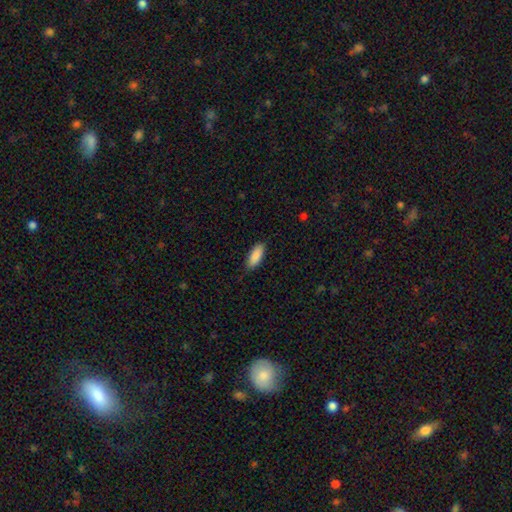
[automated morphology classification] Smooth or featured? Predicted: smooth (p=0.89). How rounded? Predicted: in between (p=0.75). Merging? Predicted: none (p=0.85).